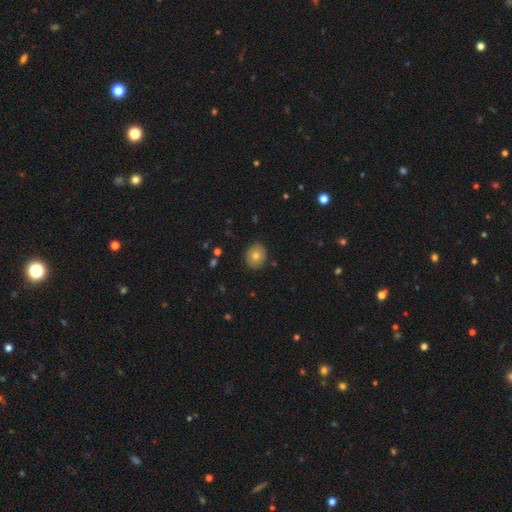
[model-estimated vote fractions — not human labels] smooth-or-featured: smooth: 75% | featured or disk: 16% | star or artifact: 9%
  how-rounded: round: 67% | in between: 32% | cigar-shaped: 1%
  merging: none: 88% | minor disturbance: 9% | major disturbance: 2% | merger: 1%